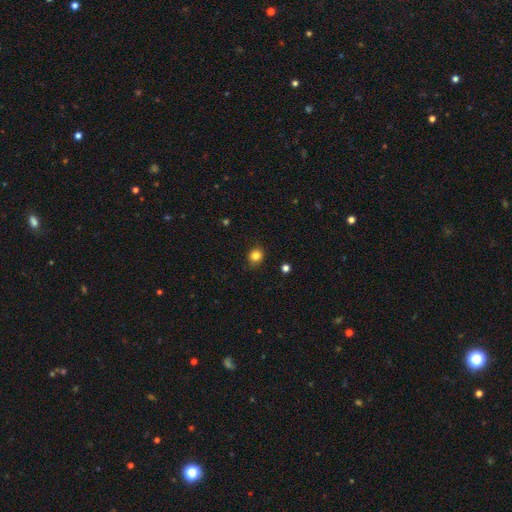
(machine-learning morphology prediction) smooth 83%, star or artifact 12%, featured or disk 5%. Down the decision tree: how rounded — round (79%); merging — none (86%).